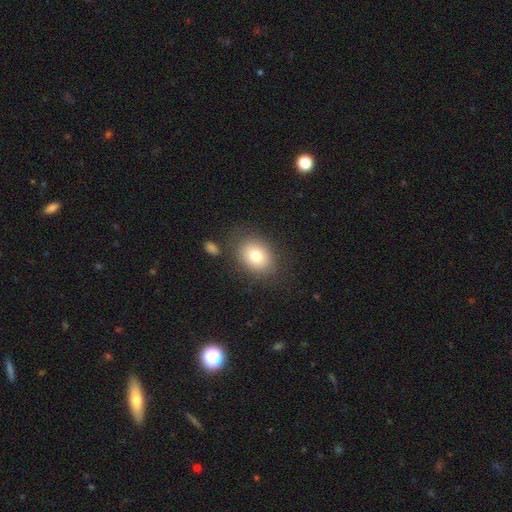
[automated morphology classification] type=smooth (78%); roundness=in between (59%); merging=none (78%).